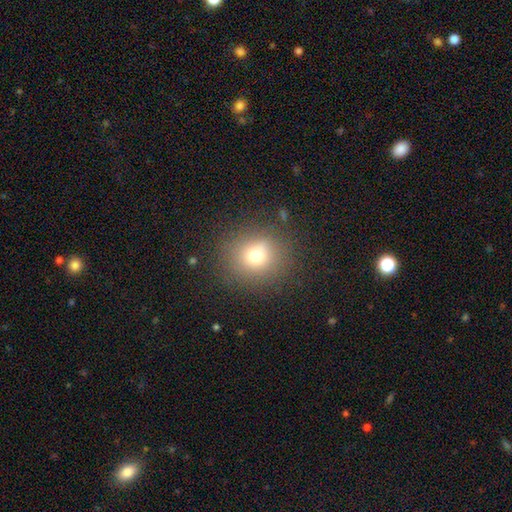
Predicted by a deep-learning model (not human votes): Morphology: type=smooth (73%); roundness=round (86%); merging=none (85%).